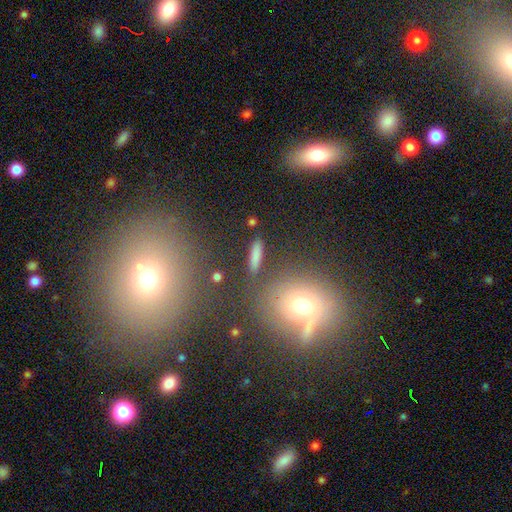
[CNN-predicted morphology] The model was most divided on "how rounded": cigar-shaped: 71%, in between: 24%, round: 5%. More confident: merging — none (85%); smooth or featured — smooth (77%).